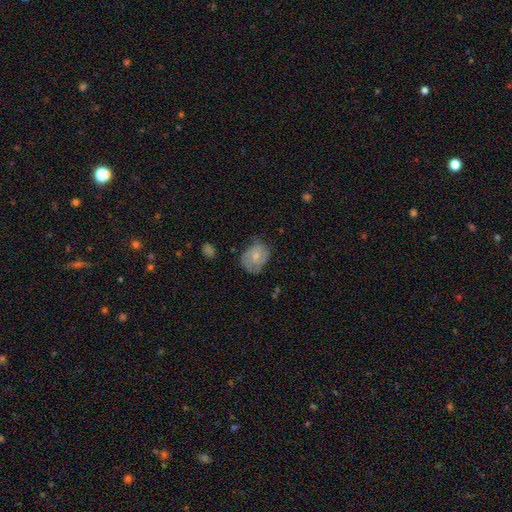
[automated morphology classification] Smooth or featured: smooth — 47% (featured or disk — 46%)
Merging: none — 50% (minor disturbance — 33%)